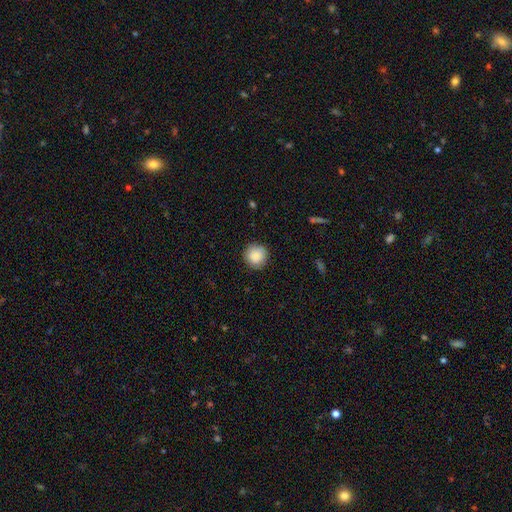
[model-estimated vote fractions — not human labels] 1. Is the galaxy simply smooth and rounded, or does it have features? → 88% smooth, 8% star or artifact, 4% featured or disk.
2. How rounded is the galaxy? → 94% round, 5% in between, 1% cigar-shaped.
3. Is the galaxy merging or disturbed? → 88% none, 8% minor disturbance, 2% major disturbance, 1% merger.